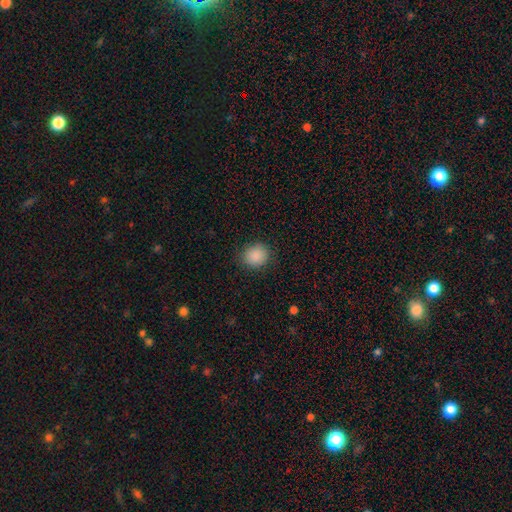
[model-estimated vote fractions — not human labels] Smooth or featured? Predicted: smooth (p=0.89). How rounded? Predicted: round (p=0.79). Merging? Predicted: none (p=0.88).